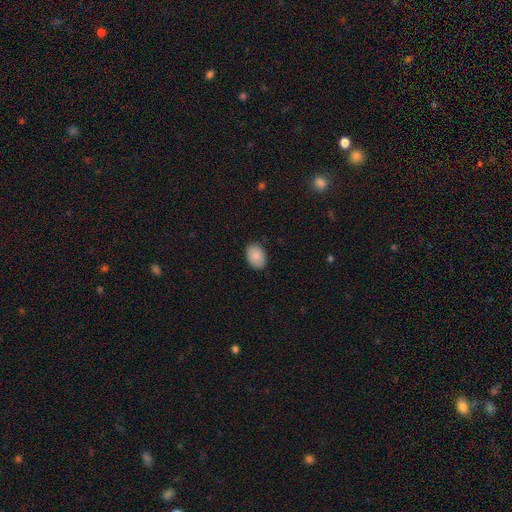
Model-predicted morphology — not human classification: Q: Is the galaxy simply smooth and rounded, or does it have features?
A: smooth — 89%.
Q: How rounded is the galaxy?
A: in between — 80%.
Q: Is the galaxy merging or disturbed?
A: none — 86%.